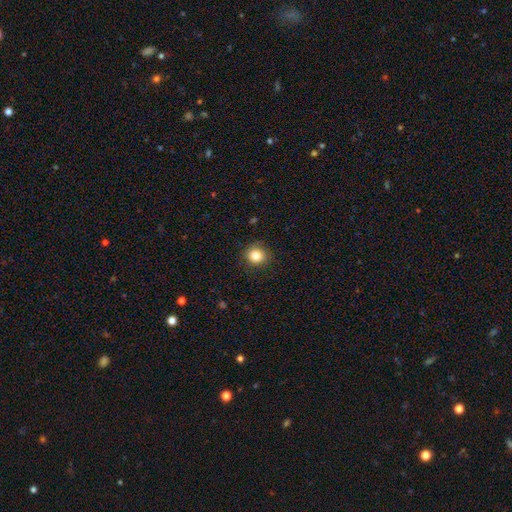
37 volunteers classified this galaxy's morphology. smooth-or-featured: smooth: 95% | star or artifact: 5% | featured or disk: 0%
  how-rounded: round: 86% | in between: 14% | cigar-shaped: 0%
  merging: none: 80% | minor disturbance: 11% | major disturbance: 9% | merger: 0%